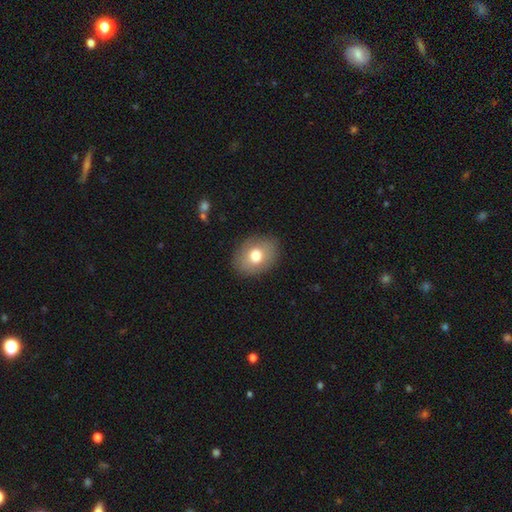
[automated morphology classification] Smooth or featured: smooth — 74% (featured or disk — 18%)
How rounded: in between — 65% (round — 34%)
Merging: none — 86% (minor disturbance — 10%)